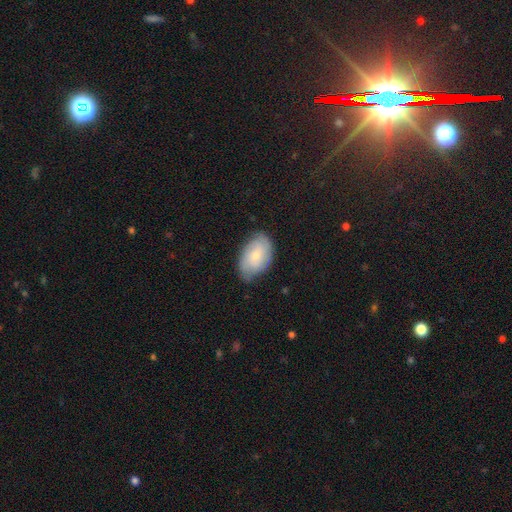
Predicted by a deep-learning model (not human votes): Smooth or featured: smooth — 52% (featured or disk — 41%)
How rounded: in between — 90% (round — 8%)
Merging: none — 70% (minor disturbance — 24%)